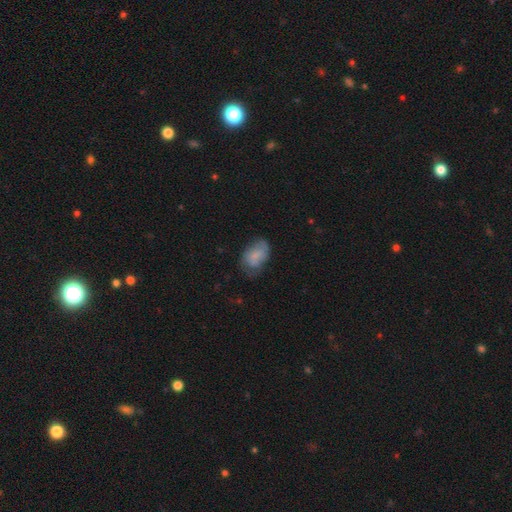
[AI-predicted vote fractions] smooth_or_featured: smooth (p=0.68) [alt: featured or disk p=0.24]
how_rounded: in between (p=0.88) [alt: round p=0.11]
merging: none (p=0.47) [alt: minor disturbance p=0.34]